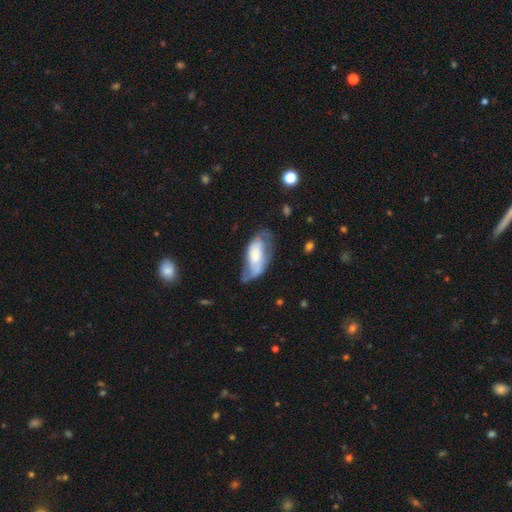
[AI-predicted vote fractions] A featured or disk galaxy (54%).

Vote fractions:
- Smooth or featured? featured or disk: 54% / smooth: 40% / star or artifact: 7%
- Edge-on disk? no: 91% / yes: 9%
- Merging? none: 38% / minor disturbance: 33% / major disturbance: 26% / merger: 4%